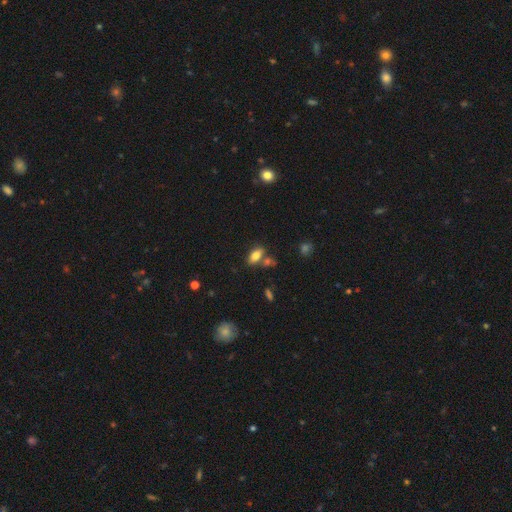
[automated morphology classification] The model was most divided on "merging": none: 65%, merger: 18%, minor disturbance: 13%, major disturbance: 4%. More confident: how rounded — in between (86%); smooth or featured — smooth (79%).